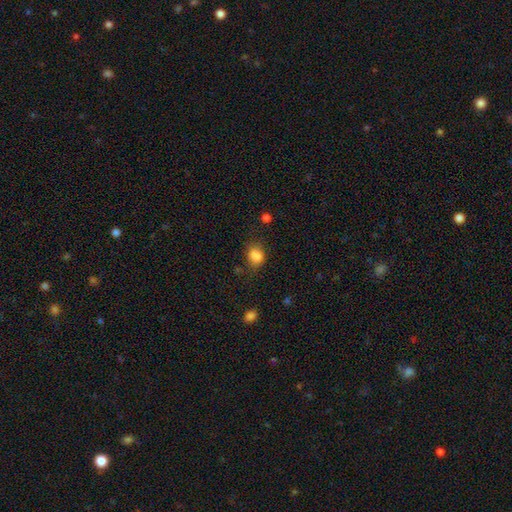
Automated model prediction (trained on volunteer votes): This is clearly a smooth galaxy (84%). How rounded: possibly in between (52%). Merging: likely none (61%).